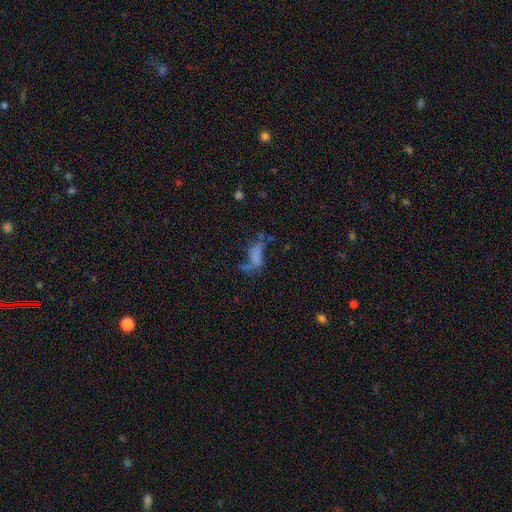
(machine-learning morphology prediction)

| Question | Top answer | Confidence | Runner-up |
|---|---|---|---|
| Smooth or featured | smooth | 56% | featured or disk (26%) |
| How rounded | in between | 67% | cigar-shaped (29%) |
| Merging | major disturbance | 31% | none (30%) |